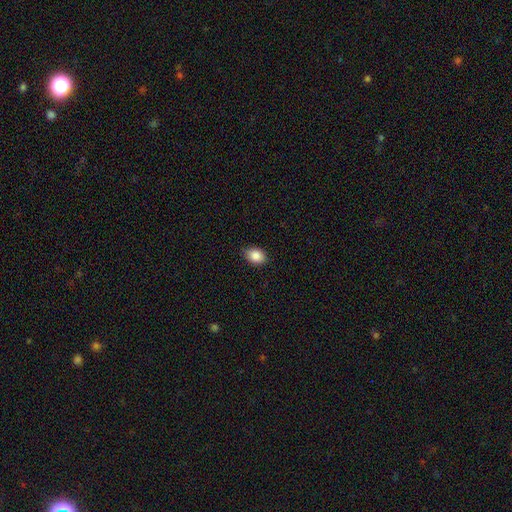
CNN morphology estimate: This is clearly a smooth galaxy (87%). How rounded: likely in between (73%). Merging: clearly none (81%).